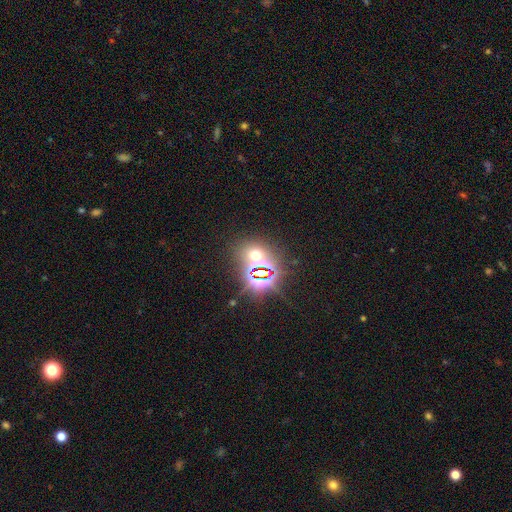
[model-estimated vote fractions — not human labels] Smooth or featured? Predicted: star or artifact (p=0.55).